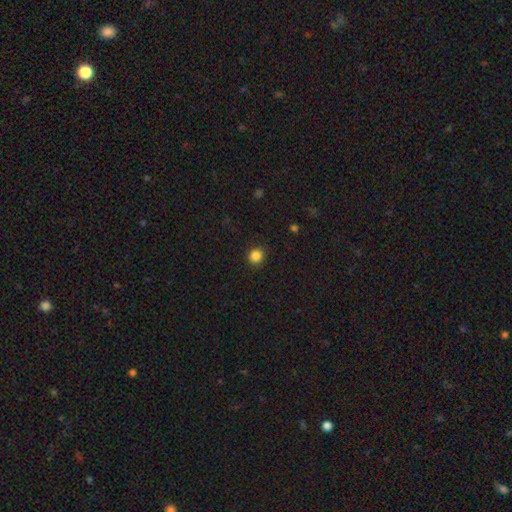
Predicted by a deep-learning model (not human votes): Q: Smooth or featured?
A: smooth (85%); runner-up: star or artifact (11%)
Q: How rounded?
A: round (90%); runner-up: in between (9%)
Q: Merging?
A: none (91%); runner-up: minor disturbance (6%)